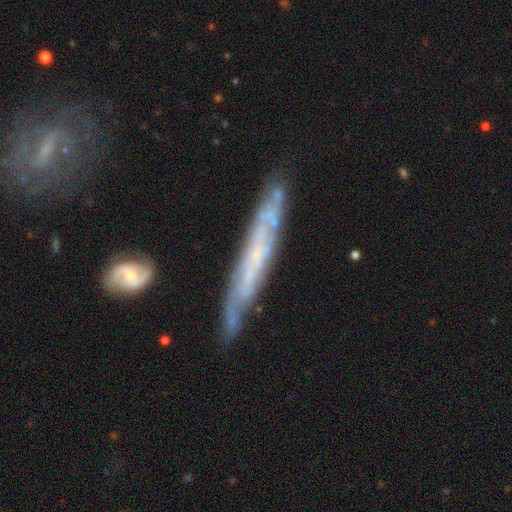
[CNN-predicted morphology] Smooth or featured: featured or disk — 69% (smooth — 24%)
Edge-on disk: yes — 67% (no — 33%)
Merging: none — 72% (minor disturbance — 19%)